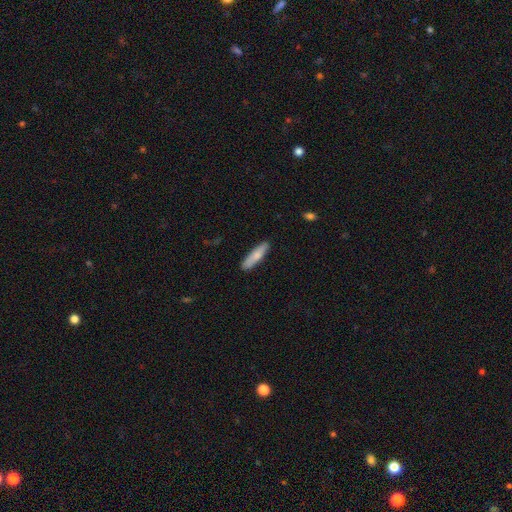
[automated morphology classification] Smooth or featured? smooth (78%)
How rounded? cigar-shaped (81%)
Merging? none (88%)